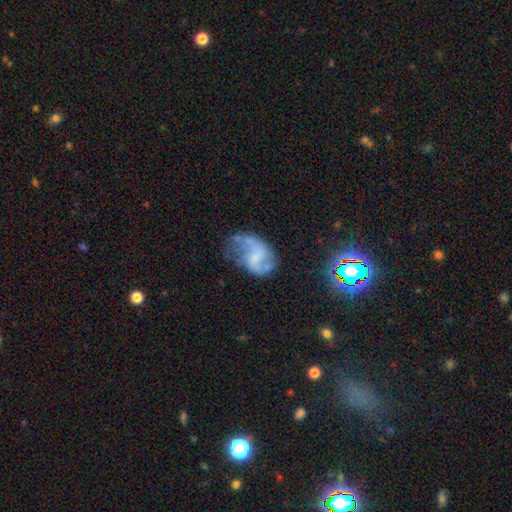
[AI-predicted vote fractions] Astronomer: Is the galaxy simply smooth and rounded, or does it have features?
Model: featured or disk — 72%.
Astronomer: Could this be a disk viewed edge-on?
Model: no — 97%.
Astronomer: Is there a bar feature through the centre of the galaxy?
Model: weak — 45% (runner-up: no, 42%).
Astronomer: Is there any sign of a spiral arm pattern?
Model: yes — 84%.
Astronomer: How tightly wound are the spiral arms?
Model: loose — 57% (runner-up: medium, 34%).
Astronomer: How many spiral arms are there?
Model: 2 — 78%.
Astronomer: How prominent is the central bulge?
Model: none — 45% (runner-up: small, 32%).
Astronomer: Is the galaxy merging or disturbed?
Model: none — 45% (runner-up: minor disturbance, 26%).